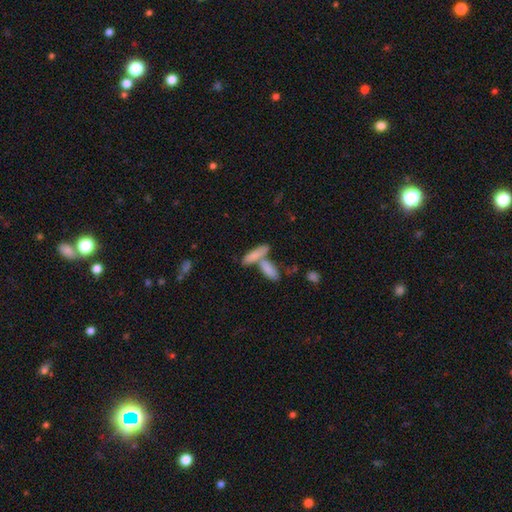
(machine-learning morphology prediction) Q: Smooth or featured?
A: smooth (78%); runner-up: featured or disk (15%)
Q: How rounded?
A: cigar-shaped (54%); runner-up: in between (43%)
Q: Merging?
A: none (44%); runner-up: merger (43%)